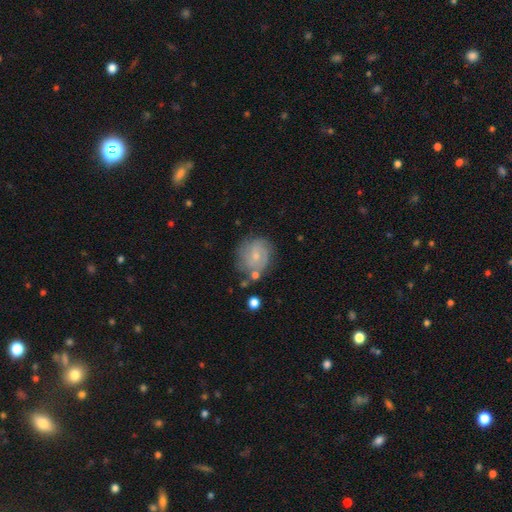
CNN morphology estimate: Smooth or featured? Predicted: featured or disk (p=0.62). Edge-on disk? Predicted: no (p=0.98). Bar? Predicted: no (p=0.59). Spiral arms? Predicted: yes (p=0.85). Spiral winding? Predicted: tight (p=0.54). Spiral arm count? Predicted: can't tell (p=0.35). Bulge size? Predicted: small (p=0.68). Merging? Predicted: none (p=0.66).